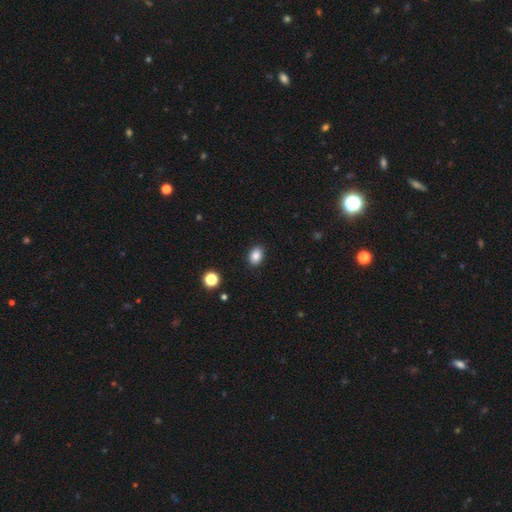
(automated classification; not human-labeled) A smooth galaxy with no disk features (86%) that is in between round and cigar-shaped (70%). Merging: none (90%).